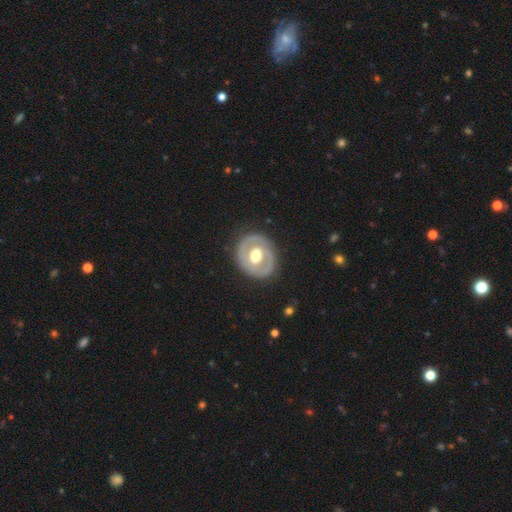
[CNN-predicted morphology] Overall: featured or disk (61%; smooth 35%). Edge-on disk: no (95%). Bar: no (61%; weak 27%). Spiral arms: no (76%). Bulge size: moderate (61%; large 32%). Merging: none (83%).